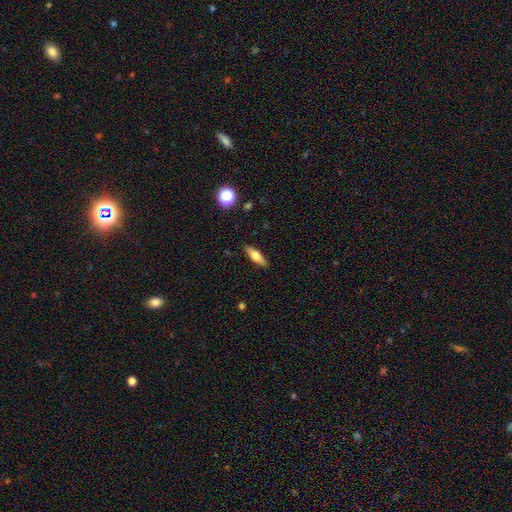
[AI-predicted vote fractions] A smooth galaxy with no disk features (58%) that is cigar-shaped (58%).

Vote fractions:
- Smooth or featured? smooth: 58% / featured or disk: 34% / star or artifact: 7%
- How rounded? cigar-shaped: 58% / in between: 39% / round: 3%
- Merging? none: 89% / minor disturbance: 8% / major disturbance: 2% / merger: 1%